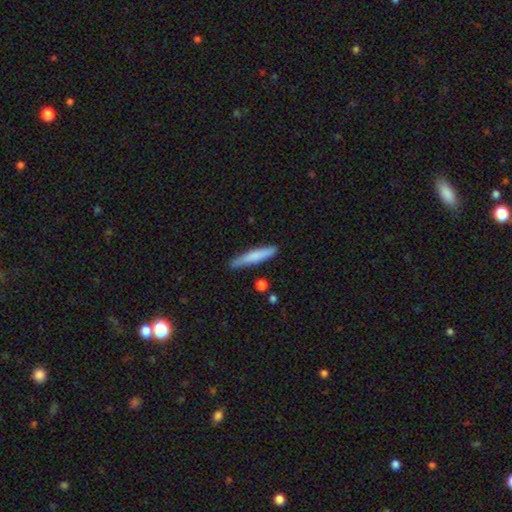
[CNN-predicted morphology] Overall: smooth (73%). How rounded: cigar-shaped (92%). Merging: none (81%).